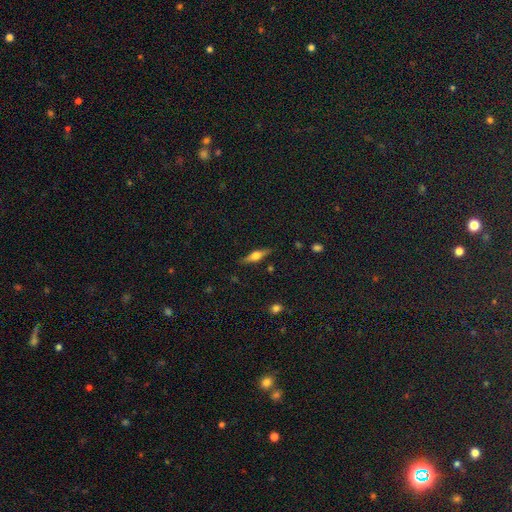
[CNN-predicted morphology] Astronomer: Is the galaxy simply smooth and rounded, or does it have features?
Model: featured or disk — 61%.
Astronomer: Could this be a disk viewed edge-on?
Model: yes — 96%.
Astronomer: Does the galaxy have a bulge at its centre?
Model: rounded — 91%.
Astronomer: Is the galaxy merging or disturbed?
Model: none — 86%.